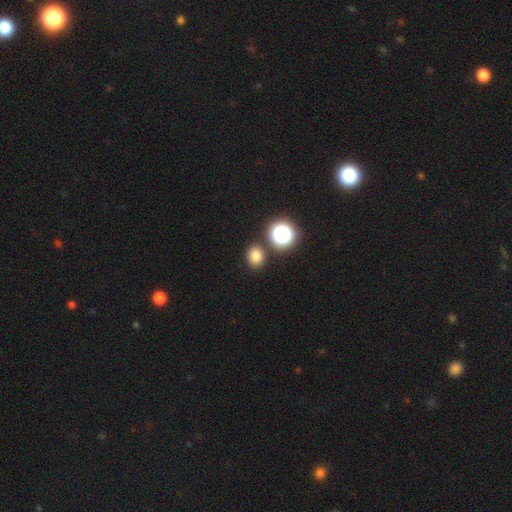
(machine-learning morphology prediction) Overall: smooth (78%). How rounded: round (57%; in between 42%). Merging: none (84%).